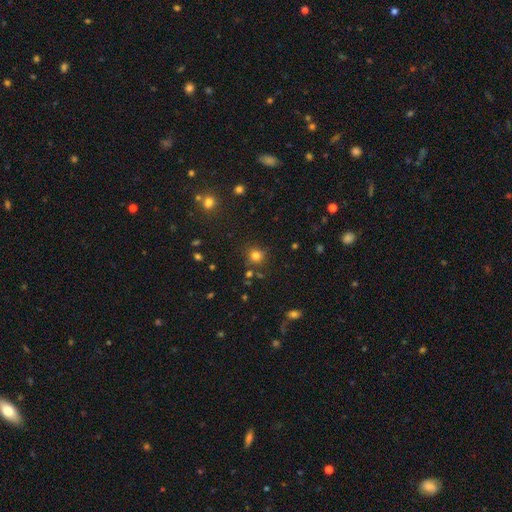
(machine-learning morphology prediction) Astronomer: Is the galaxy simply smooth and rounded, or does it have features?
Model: smooth — 78%.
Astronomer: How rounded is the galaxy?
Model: round — 91%.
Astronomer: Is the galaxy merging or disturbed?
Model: none — 83%.